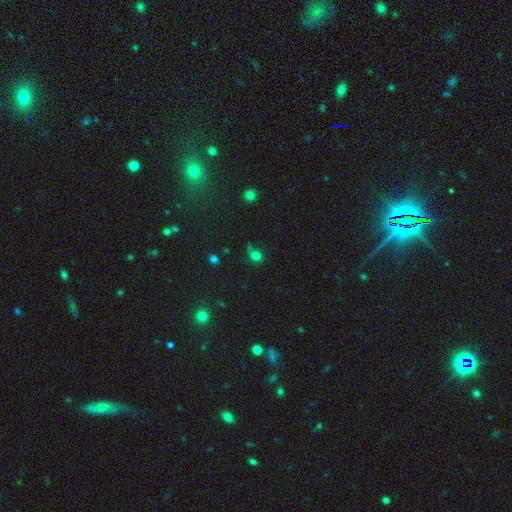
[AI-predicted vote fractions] Smooth or featured? Predicted: smooth (p=0.73). How rounded? Predicted: round (p=0.80). Merging? Predicted: none (p=0.58).